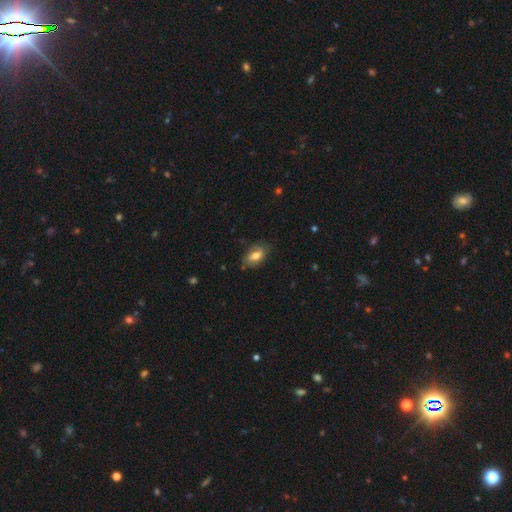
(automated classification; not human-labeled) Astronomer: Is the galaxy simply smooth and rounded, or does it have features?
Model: smooth — 65%.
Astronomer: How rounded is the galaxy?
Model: in between — 89%.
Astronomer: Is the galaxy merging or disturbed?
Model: none — 73%.